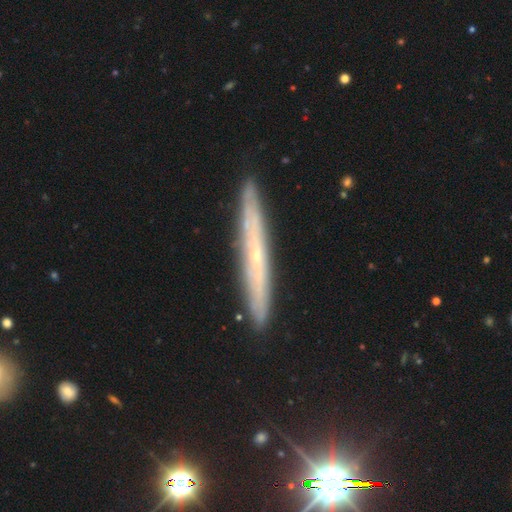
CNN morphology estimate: type=featured or disk (68%); edge-on=yes (88%); edge-on bulge=rounded (49%); merging=none (89%).